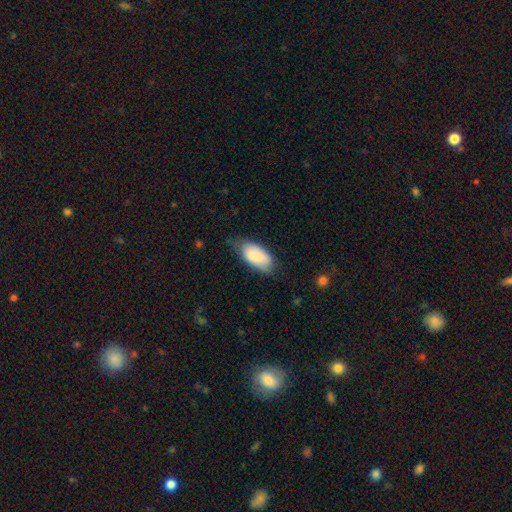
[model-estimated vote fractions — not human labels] smooth-or-featured: smooth: 83% | featured or disk: 11% | star or artifact: 6%
  how-rounded: in between: 94% | cigar-shaped: 4% | round: 3%
  merging: none: 54% | minor disturbance: 35% | major disturbance: 9% | merger: 2%